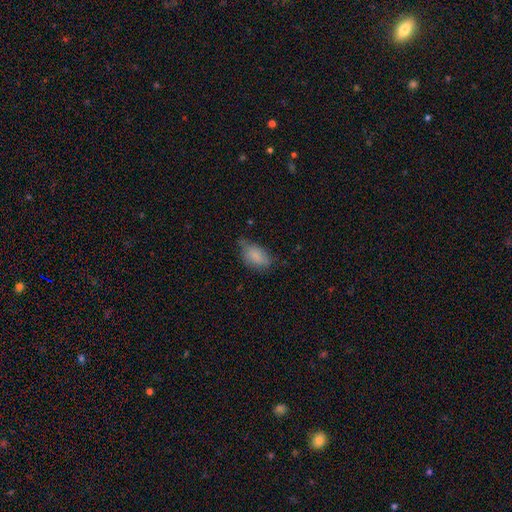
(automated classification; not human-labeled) A smooth galaxy with no disk features (81%) that is in between round and cigar-shaped (91%). Merging: none (51%).